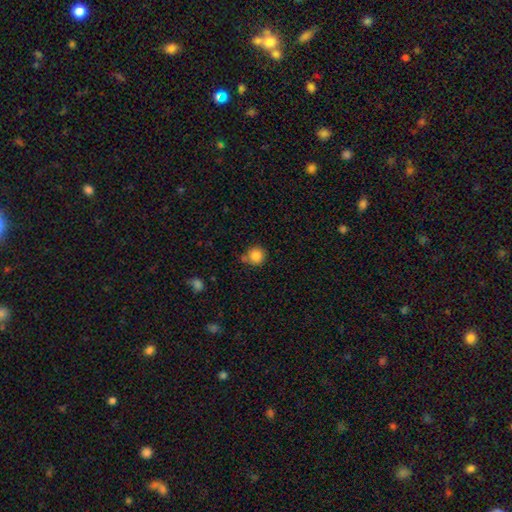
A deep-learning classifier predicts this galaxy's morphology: smooth_or_featured: smooth (p=0.85) [alt: star or artifact p=0.10]
how_rounded: round (p=0.89) [alt: in between p=0.10]
merging: none (p=0.66) [alt: minor disturbance p=0.20]